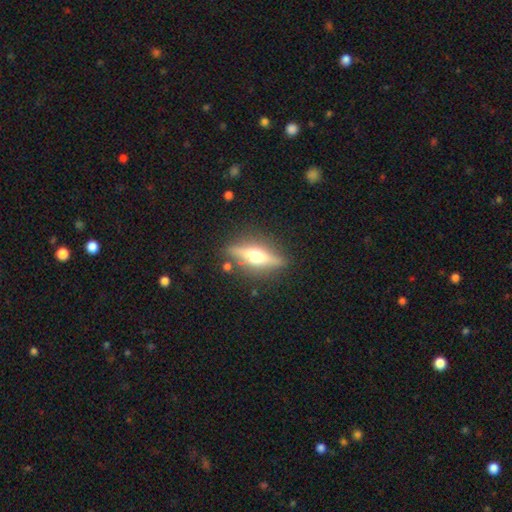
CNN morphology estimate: A featured or disk galaxy (67%) viewed edge-on (94%) with a rounded central bulge (94%).

Vote fractions:
- Smooth or featured? featured or disk: 67% / smooth: 27% / star or artifact: 6%
- Edge-on disk? yes: 94% / no: 6%
- Edge-on bulge? rounded: 94% / boxy: 4% / none: 2%
- Merging? none: 84% / minor disturbance: 10% / major disturbance: 3% / merger: 3%